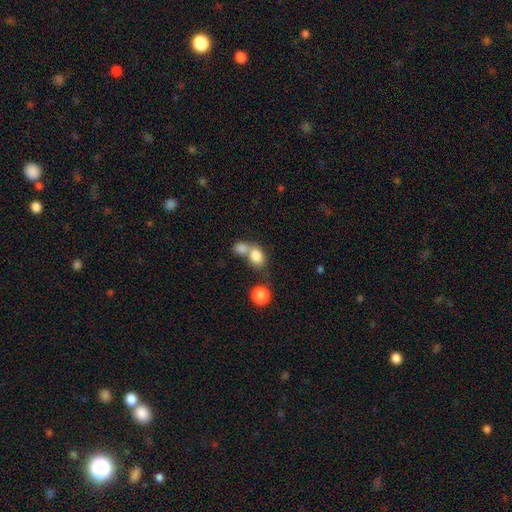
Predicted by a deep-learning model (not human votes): Smooth or featured?
  - smooth: 81% *
  - star or artifact: 10%
  - featured or disk: 9%
How rounded?
  - in between: 59% *
  - round: 40%
  - cigar-shaped: 1%
Merging?
  - merger: 57% *
  - none: 31%
  - minor disturbance: 8%
  - major disturbance: 4%